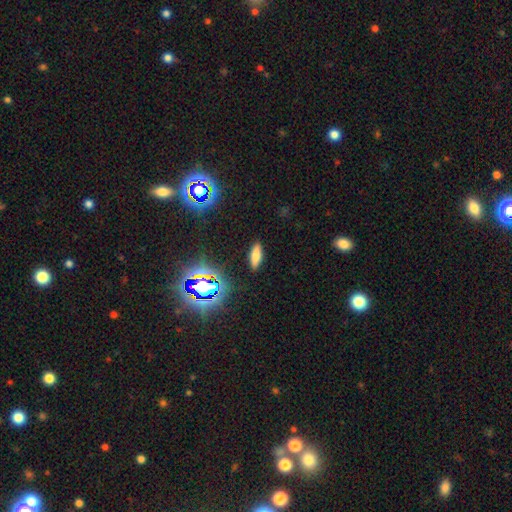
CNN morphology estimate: This is likely a smooth galaxy (68%). How rounded: possibly in between (55%). Merging: clearly none (89%).